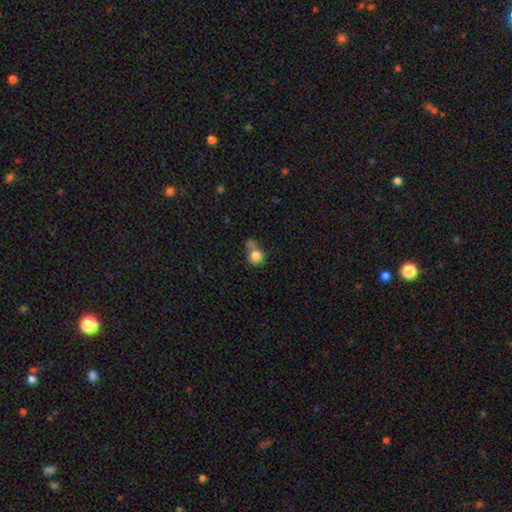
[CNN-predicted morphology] smooth_or_featured: smooth (p=0.82) [alt: star or artifact p=0.10]
how_rounded: round (p=0.84) [alt: in between p=0.15]
merging: none (p=0.42) [alt: merger p=0.33]